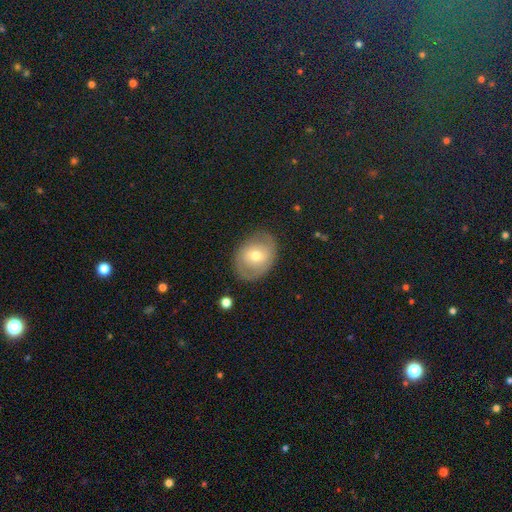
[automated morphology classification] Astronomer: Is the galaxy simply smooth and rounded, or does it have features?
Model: smooth — 50% (runner-up: featured or disk, 41%).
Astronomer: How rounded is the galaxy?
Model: in between — 60% (runner-up: round, 39%).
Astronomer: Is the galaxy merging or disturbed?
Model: none — 76%.